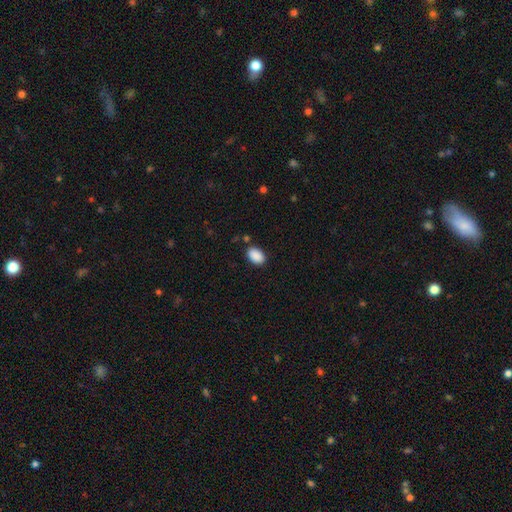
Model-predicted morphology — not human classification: A smooth galaxy with no disk features (90%) that is in between round and cigar-shaped (89%).

Vote fractions:
- Smooth or featured? smooth: 90% / star or artifact: 7% / featured or disk: 3%
- How rounded? in between: 89% / round: 10% / cigar-shaped: 1%
- Merging? none: 84% / minor disturbance: 11% / major disturbance: 3% / merger: 3%